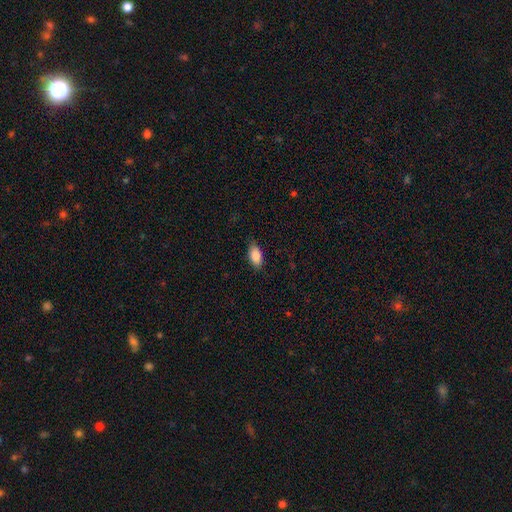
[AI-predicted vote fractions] Smooth or featured?
  - smooth: 87% *
  - star or artifact: 7%
  - featured or disk: 6%
How rounded?
  - in between: 91% *
  - cigar-shaped: 5%
  - round: 4%
Merging?
  - none: 85% *
  - minor disturbance: 12%
  - major disturbance: 2%
  - merger: 1%